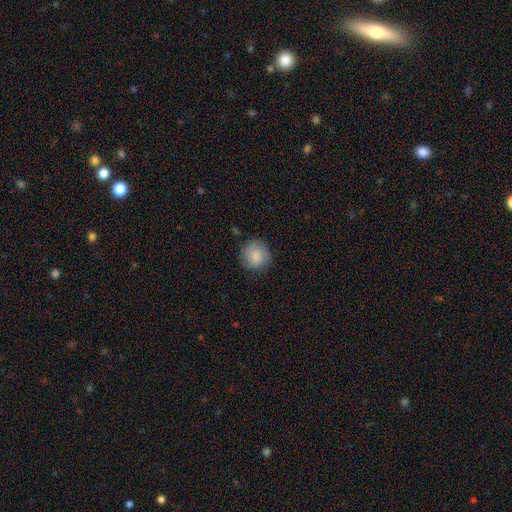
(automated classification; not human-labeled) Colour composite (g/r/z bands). It shows a smooth galaxy with no disk features (85%) that is round (91%). Merging: none (82%).